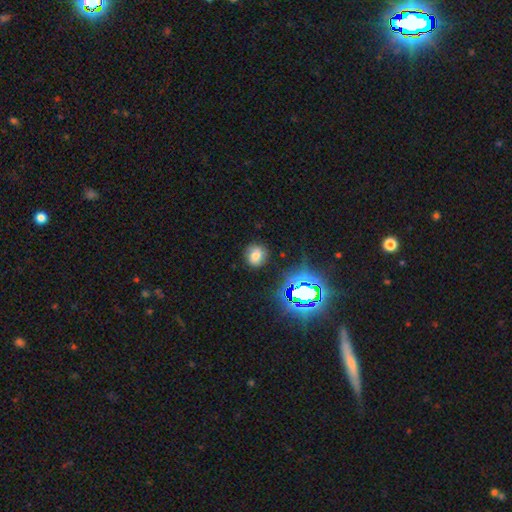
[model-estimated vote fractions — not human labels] A smooth galaxy with no disk features (68%) that is round (71%).

Vote fractions:
- Smooth or featured? smooth: 68% / star or artifact: 21% / featured or disk: 11%
- How rounded? round: 71% / in between: 28% / cigar-shaped: 1%
- Merging? none: 84% / minor disturbance: 11% / major disturbance: 3% / merger: 2%